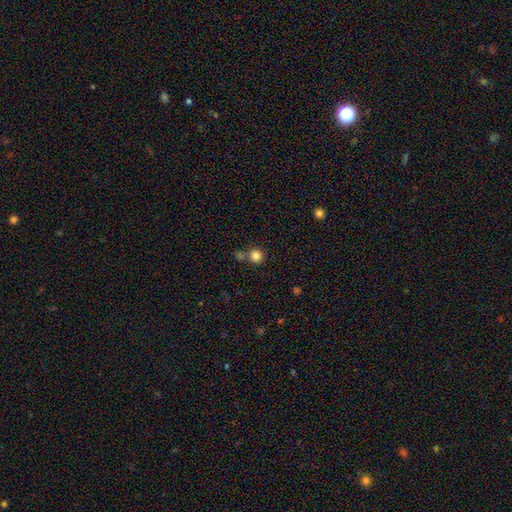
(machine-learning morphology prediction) Smooth or featured: smooth — 84% (star or artifact — 12%)
How rounded: round — 93% (in between — 6%)
Merging: none — 67% (merger — 22%)